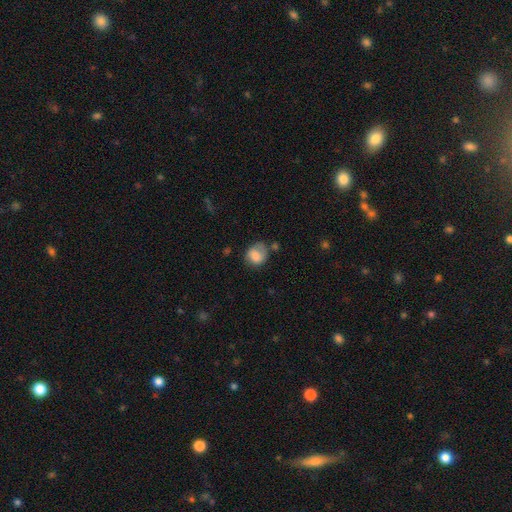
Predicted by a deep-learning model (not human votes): smooth 78%, featured or disk 14%, star or artifact 8%. Down the decision tree: how rounded — round (66%); merging — none (49%).